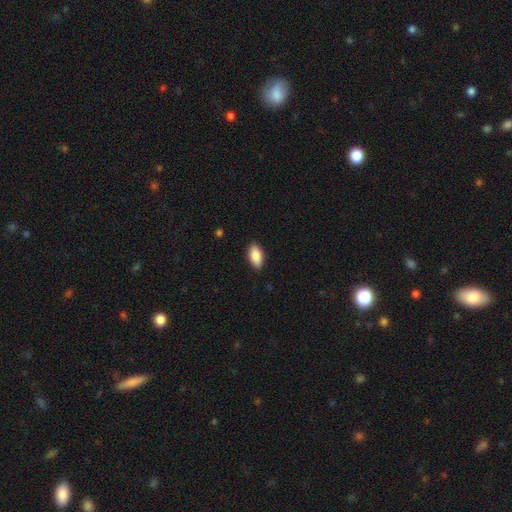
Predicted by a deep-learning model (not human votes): smooth_or_featured: smooth (p=0.87) [alt: featured or disk p=0.07]
how_rounded: in between (p=0.91) [alt: cigar-shaped p=0.07]
merging: none (p=0.88) [alt: minor disturbance p=0.09]